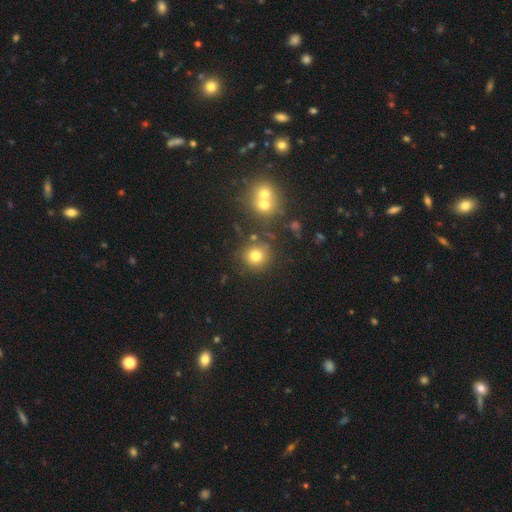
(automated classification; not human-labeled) Smooth or featured: smooth — 75% (star or artifact — 15%)
How rounded: round — 90% (in between — 9%)
Merging: none — 74% (merger — 12%)